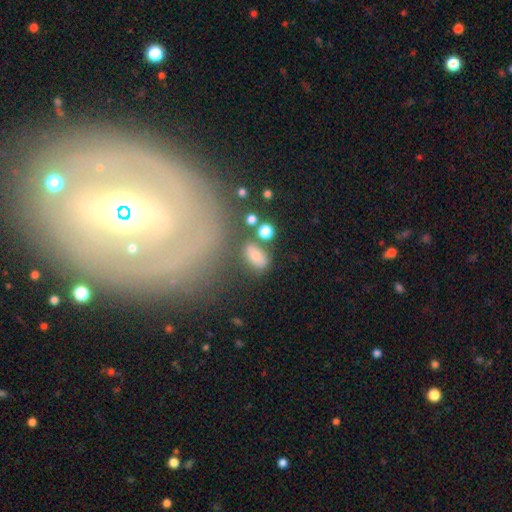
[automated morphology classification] Smooth or featured?
  - smooth: 71% *
  - featured or disk: 16%
  - star or artifact: 13%
How rounded?
  - in between: 83% *
  - round: 13%
  - cigar-shaped: 5%
Merging?
  - none: 67% *
  - minor disturbance: 16%
  - merger: 10%
  - major disturbance: 7%